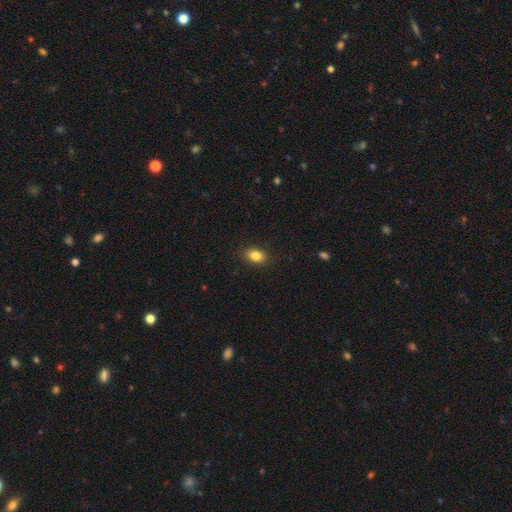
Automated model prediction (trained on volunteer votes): smooth-or-featured: smooth: 83% | star or artifact: 9% | featured or disk: 8%
  how-rounded: in between: 81% | round: 18% | cigar-shaped: 2%
  merging: none: 88% | minor disturbance: 9% | major disturbance: 2% | merger: 1%